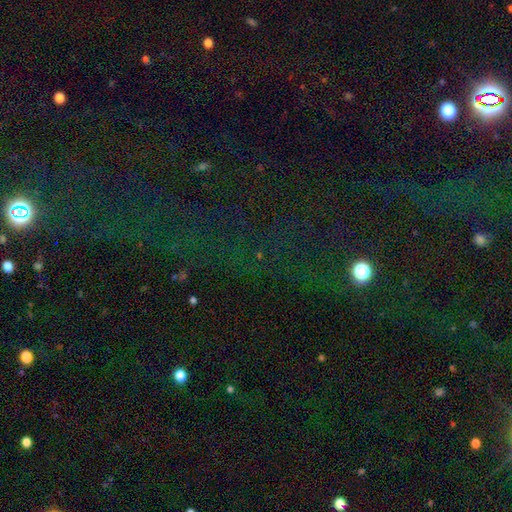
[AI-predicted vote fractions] This appears to be a star or artifact, not a galaxy (73%).